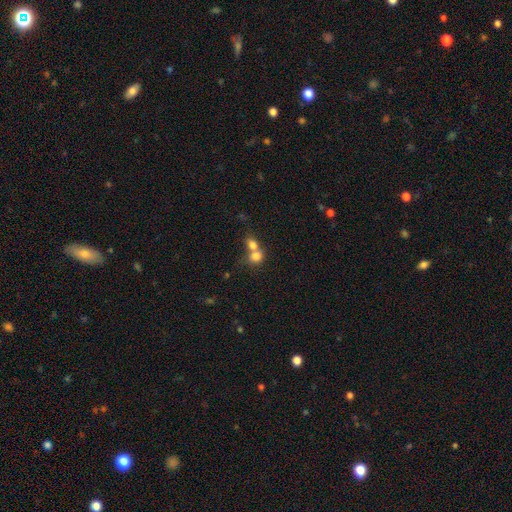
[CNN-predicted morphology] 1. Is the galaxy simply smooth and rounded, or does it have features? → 78% smooth, 12% featured or disk, 10% star or artifact.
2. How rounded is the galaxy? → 63% round, 35% in between, 1% cigar-shaped.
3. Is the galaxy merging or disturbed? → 64% merger, 26% none, 6% minor disturbance, 4% major disturbance.